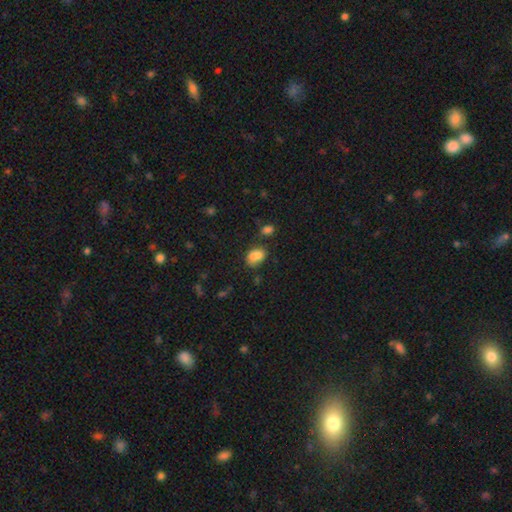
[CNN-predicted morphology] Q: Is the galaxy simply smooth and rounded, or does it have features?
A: smooth — 79%.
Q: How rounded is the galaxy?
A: in between — 73%.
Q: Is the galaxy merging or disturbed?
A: none — 42%.